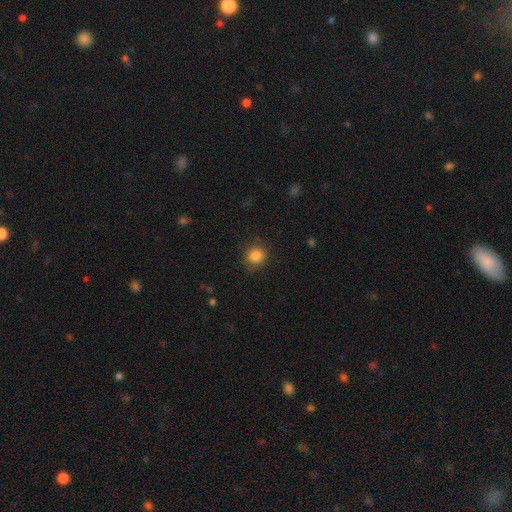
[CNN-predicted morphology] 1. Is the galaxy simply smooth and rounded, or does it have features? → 85% smooth, 10% star or artifact, 5% featured or disk.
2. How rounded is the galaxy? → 83% round, 16% in between, 1% cigar-shaped.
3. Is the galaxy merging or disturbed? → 83% none, 12% minor disturbance, 4% major disturbance, 1% merger.